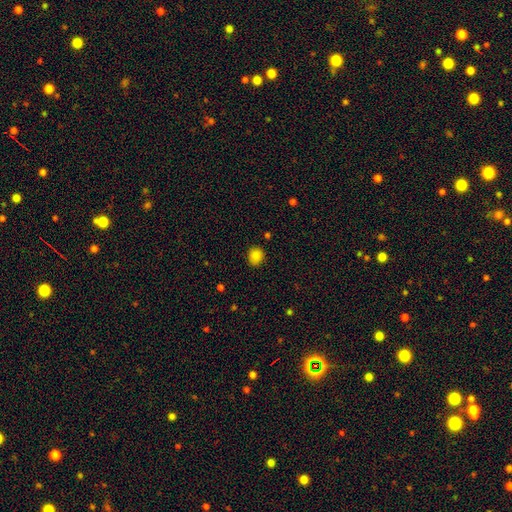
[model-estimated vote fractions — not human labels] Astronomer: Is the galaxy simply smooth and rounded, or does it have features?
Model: smooth — 85%.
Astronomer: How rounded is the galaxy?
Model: round — 71%.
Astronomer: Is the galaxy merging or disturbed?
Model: none — 87%.